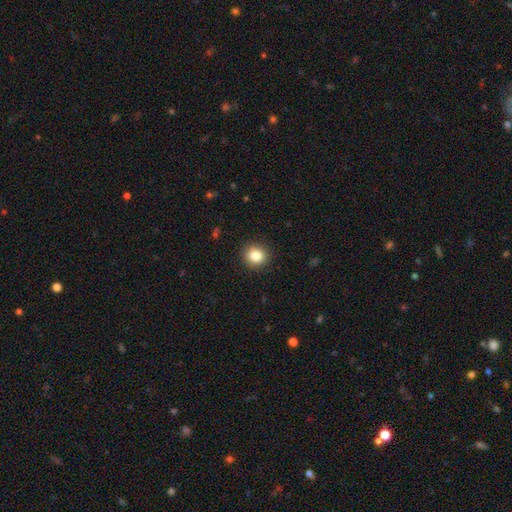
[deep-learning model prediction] Q: Smooth or featured?
A: smooth (84%); runner-up: star or artifact (10%)
Q: How rounded?
A: round (86%); runner-up: in between (13%)
Q: Merging?
A: none (91%); runner-up: minor disturbance (6%)